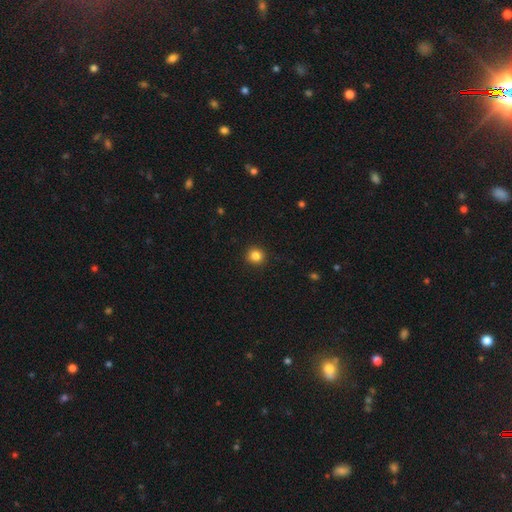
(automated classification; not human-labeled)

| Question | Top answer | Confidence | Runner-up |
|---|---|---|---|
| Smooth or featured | smooth | 85% | star or artifact (11%) |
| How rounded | round | 92% | in between (7%) |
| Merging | none | 92% | minor disturbance (5%) |